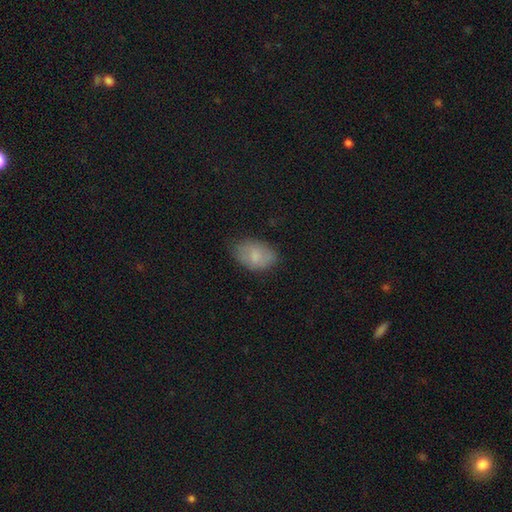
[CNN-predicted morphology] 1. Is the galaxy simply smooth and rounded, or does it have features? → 76% smooth, 16% featured or disk, 8% star or artifact.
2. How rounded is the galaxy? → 89% in between, 10% round, 1% cigar-shaped.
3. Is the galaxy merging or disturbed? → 70% none, 23% minor disturbance, 5% major disturbance, 1% merger.